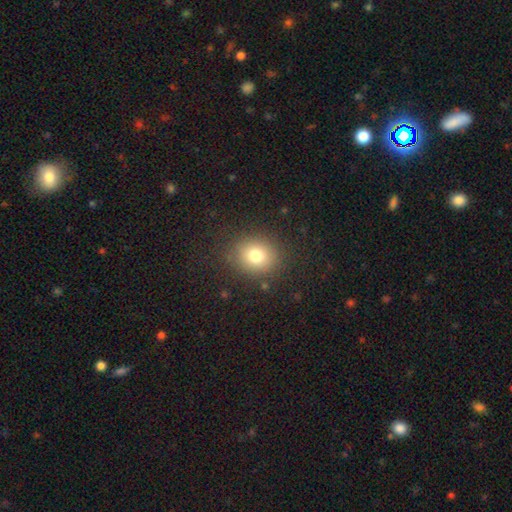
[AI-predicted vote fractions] Morphology: type=smooth (77%); roundness=round (73%); merging=none (85%).